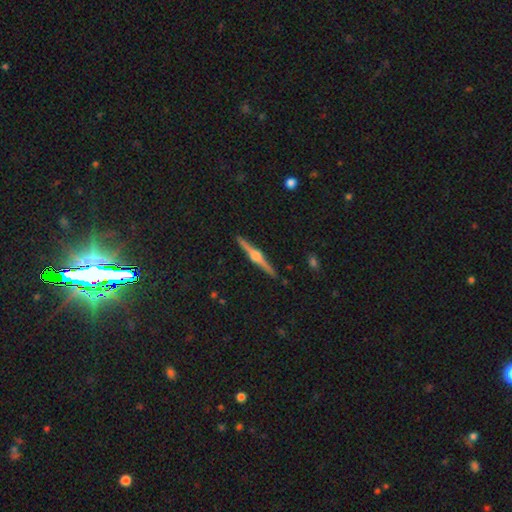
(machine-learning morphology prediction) smooth_or_featured: featured or disk (p=0.84) [alt: smooth p=0.10]
disk_edge_on: yes (p=0.99) [alt: no p=0.01]
edge_on_bulge: rounded (p=0.94) [alt: boxy p=0.04]
merging: none (p=0.92) [alt: minor disturbance p=0.05]